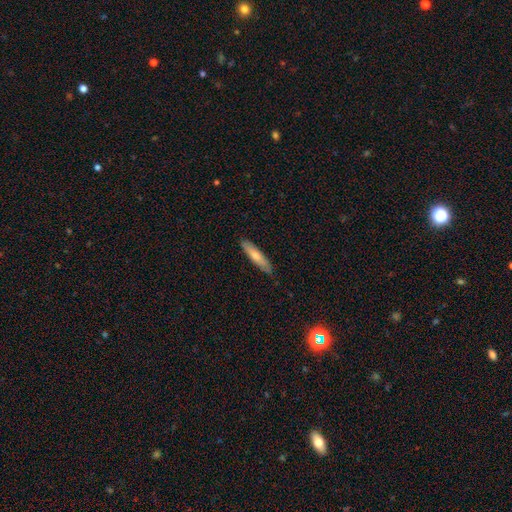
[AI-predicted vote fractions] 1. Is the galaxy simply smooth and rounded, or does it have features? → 71% smooth, 24% featured or disk, 5% star or artifact.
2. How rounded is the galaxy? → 80% cigar-shaped, 19% in between, 1% round.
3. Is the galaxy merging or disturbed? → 86% none, 11% minor disturbance, 2% major disturbance, 1% merger.